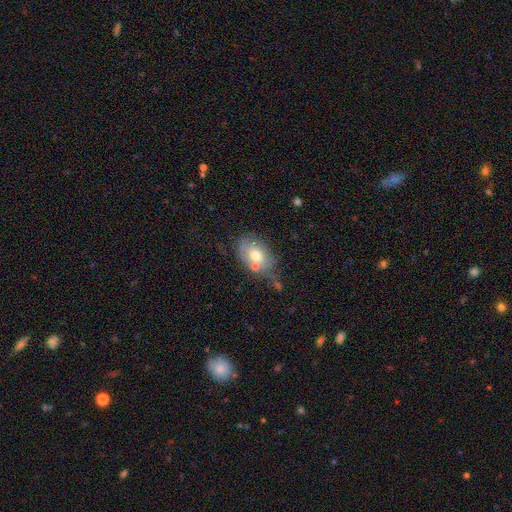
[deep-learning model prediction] Q: Smooth or featured?
A: smooth (62%); runner-up: featured or disk (30%)
Q: How rounded?
A: in between (83%); runner-up: round (16%)
Q: Merging?
A: none (48%); runner-up: minor disturbance (24%)